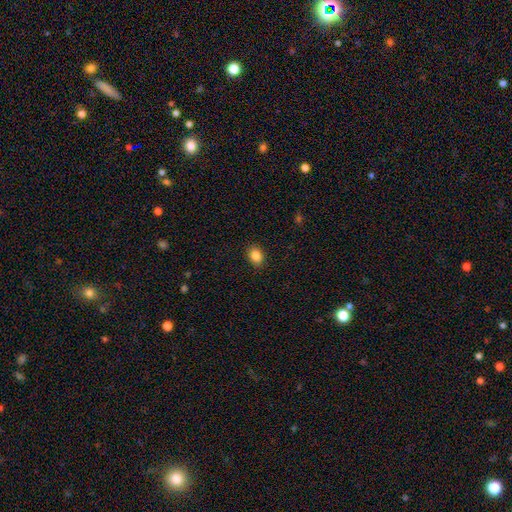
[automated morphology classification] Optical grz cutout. It shows a smooth galaxy with no disk features (85%) that is in between round and cigar-shaped (66%). Merging: none (90%).